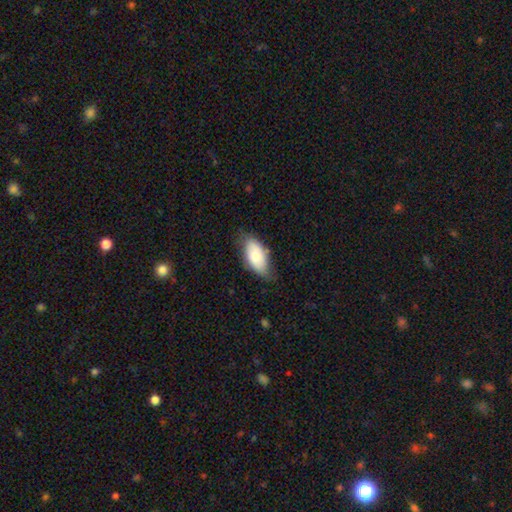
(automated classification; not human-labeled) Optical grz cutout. It shows a smooth galaxy with no disk features (72%) that is in between round and cigar-shaped (92%). Merging: none (67%).